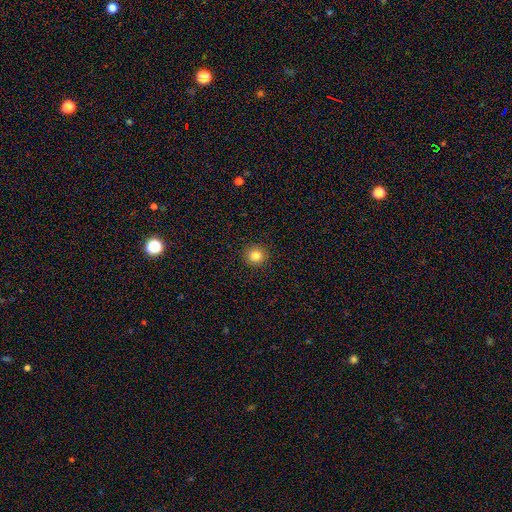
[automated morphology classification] smooth-or-featured: smooth: 83% | star or artifact: 12% | featured or disk: 5%
  how-rounded: round: 93% | in between: 6% | cigar-shaped: 1%
  merging: none: 93% | minor disturbance: 5% | major disturbance: 2% | merger: 1%